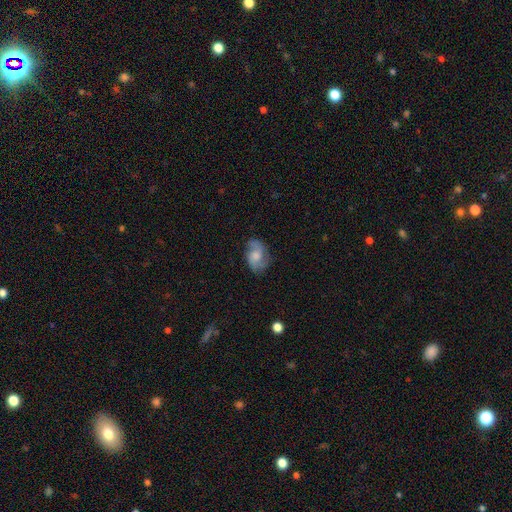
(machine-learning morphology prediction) Smooth or featured? featured or disk (62%)
Edge-on disk? no (97%)
Bar? no (66%)
Spiral arms? yes (91%)
Spiral winding? medium (48%)
Spiral arm count? 2 (69%)
Bulge size? moderate (45%)
Merging? none (71%)